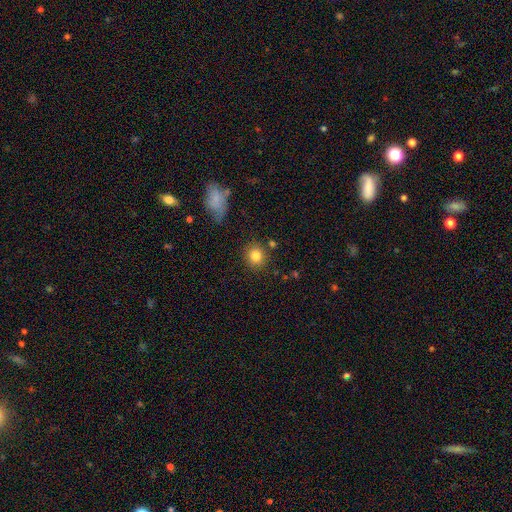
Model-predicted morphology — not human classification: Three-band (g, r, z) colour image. It shows a smooth galaxy with no disk features (82%) that is round (83%). Merging: none (84%).